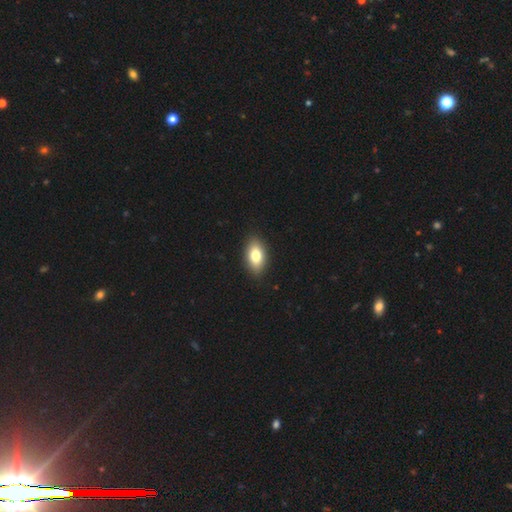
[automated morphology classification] smooth-or-featured: smooth: 78% | featured or disk: 14% | star or artifact: 8%
  how-rounded: in between: 90% | round: 7% | cigar-shaped: 3%
  merging: none: 90% | minor disturbance: 7% | major disturbance: 2% | merger: 1%